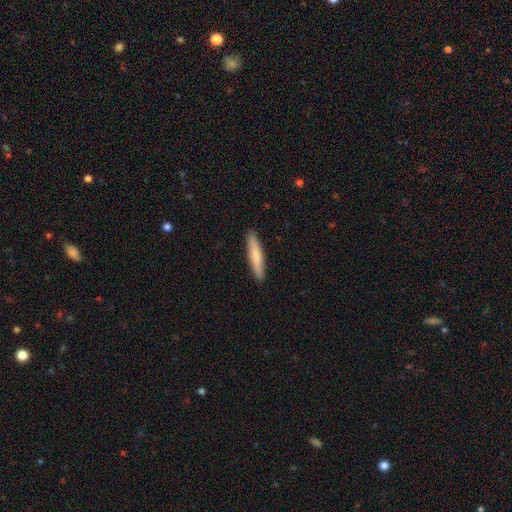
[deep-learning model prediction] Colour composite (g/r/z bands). It shows a smooth galaxy with no disk features (74%) that is cigar-shaped (90%). Merging: none (91%).